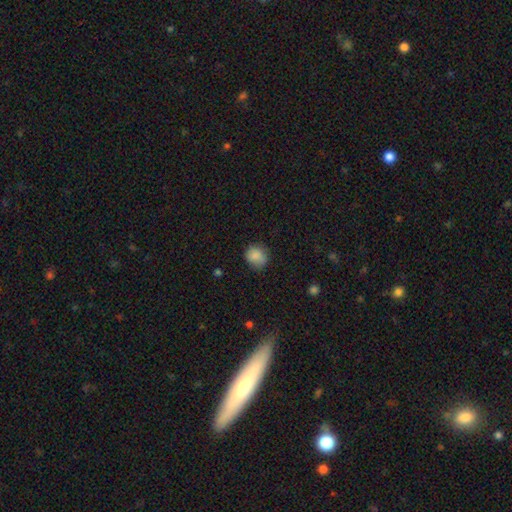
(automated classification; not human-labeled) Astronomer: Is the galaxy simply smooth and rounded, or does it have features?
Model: smooth — 84%.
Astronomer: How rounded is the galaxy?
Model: round — 73%.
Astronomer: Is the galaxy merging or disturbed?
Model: none — 69%.